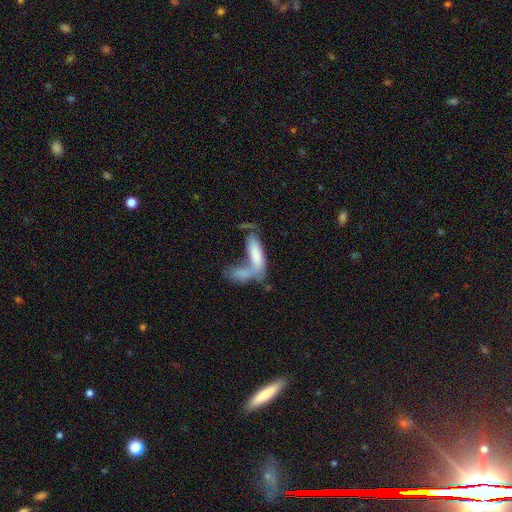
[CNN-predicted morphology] This appears to be a smooth galaxy with no disk features (72%) that is in between round and cigar-shaped (53%). Merging: merger (62%).